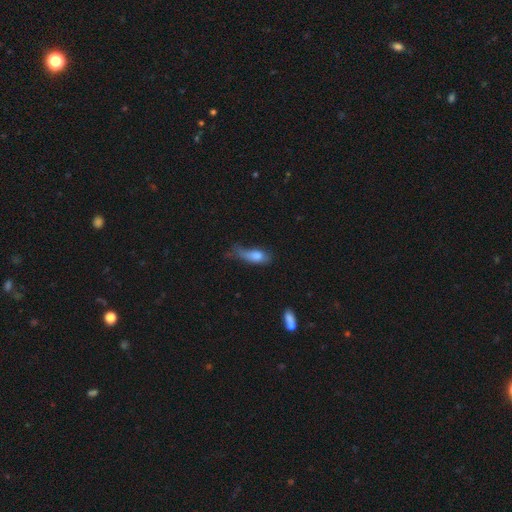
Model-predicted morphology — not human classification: This appears to be a smooth galaxy with no disk features (72%) that is in between round and cigar-shaped (72%). Merging: major disturbance (39%).